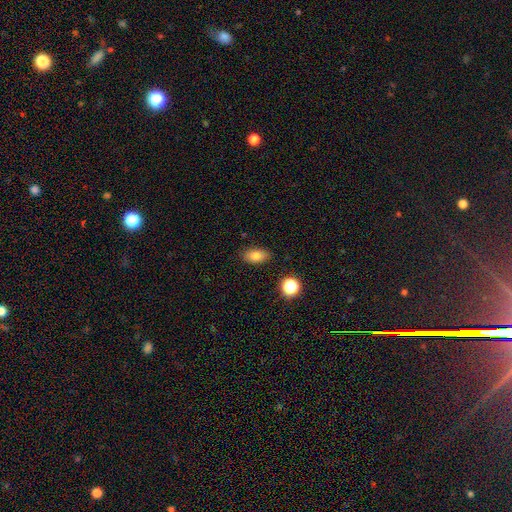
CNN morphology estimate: Q: Smooth or featured?
A: smooth (82%); runner-up: star or artifact (11%)
Q: How rounded?
A: in between (87%); runner-up: round (9%)
Q: Merging?
A: none (84%); runner-up: minor disturbance (12%)